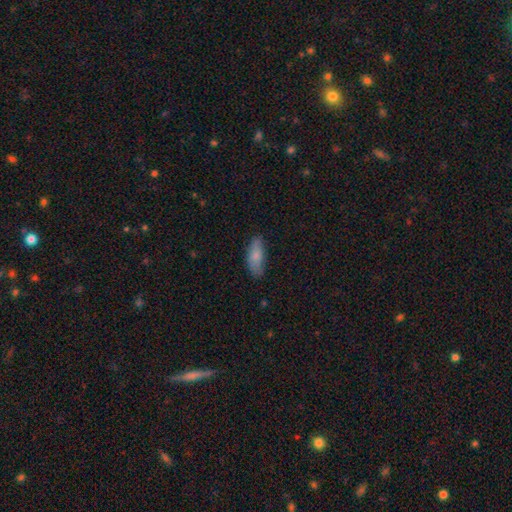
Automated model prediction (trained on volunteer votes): A smooth galaxy with no disk features (81%) that is in between round and cigar-shaped (76%). Merging: none (75%).